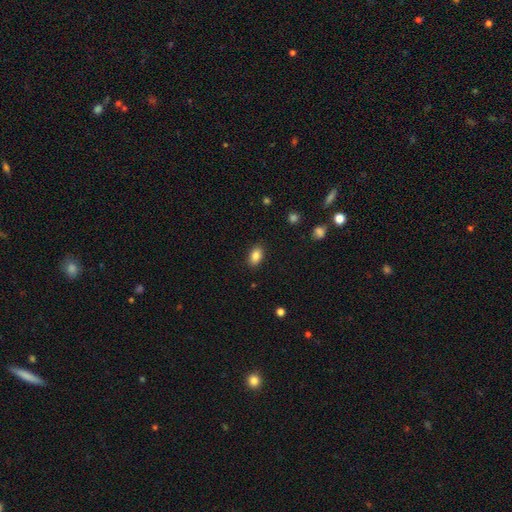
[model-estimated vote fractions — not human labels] smooth_or_featured: smooth (p=0.86) [alt: star or artifact p=0.09]
how_rounded: in between (p=0.89) [alt: round p=0.09]
merging: none (p=0.87) [alt: minor disturbance p=0.09]